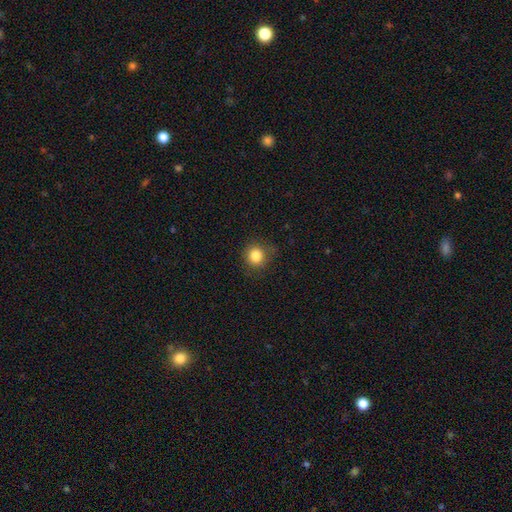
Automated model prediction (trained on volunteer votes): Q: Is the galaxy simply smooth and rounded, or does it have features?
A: smooth — 84%.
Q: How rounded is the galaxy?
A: round — 89%.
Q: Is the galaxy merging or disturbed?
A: none — 83%.